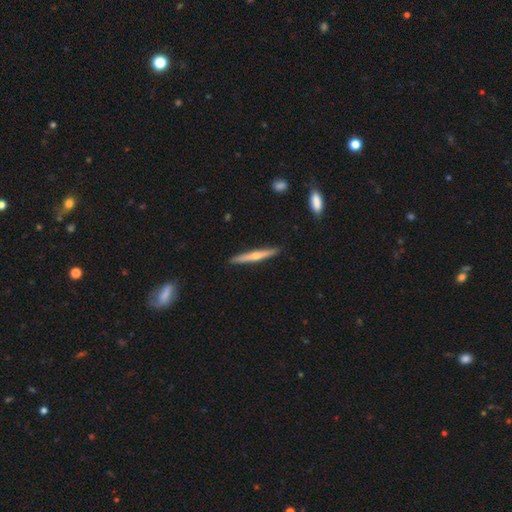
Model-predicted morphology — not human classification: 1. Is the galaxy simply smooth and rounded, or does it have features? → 59% featured or disk, 36% smooth, 6% star or artifact.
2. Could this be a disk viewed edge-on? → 97% yes, 3% no.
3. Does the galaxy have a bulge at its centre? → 81% rounded, 16% none, 3% boxy.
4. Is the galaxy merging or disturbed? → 91% none, 7% minor disturbance, 1% major disturbance, 1% merger.